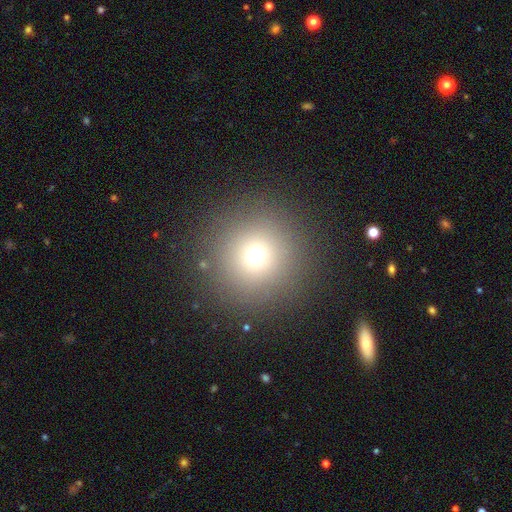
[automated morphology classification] Smooth or featured? Predicted: smooth (p=0.68). How rounded? Predicted: round (p=0.96). Merging? Predicted: none (p=0.89).